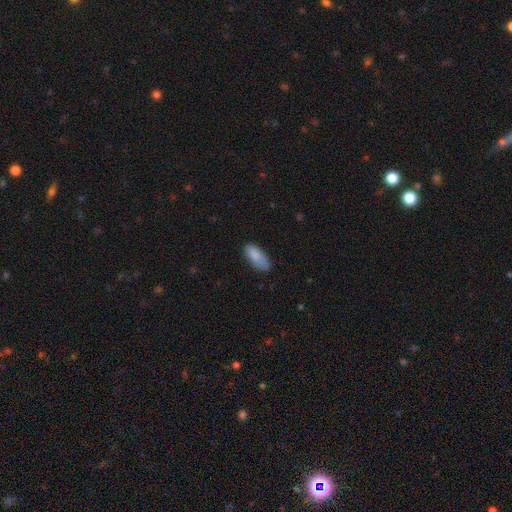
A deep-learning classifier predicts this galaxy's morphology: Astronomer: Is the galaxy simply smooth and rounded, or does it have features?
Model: smooth — 86%.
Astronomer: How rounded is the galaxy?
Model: in between — 82%.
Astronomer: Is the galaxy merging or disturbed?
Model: none — 69%.